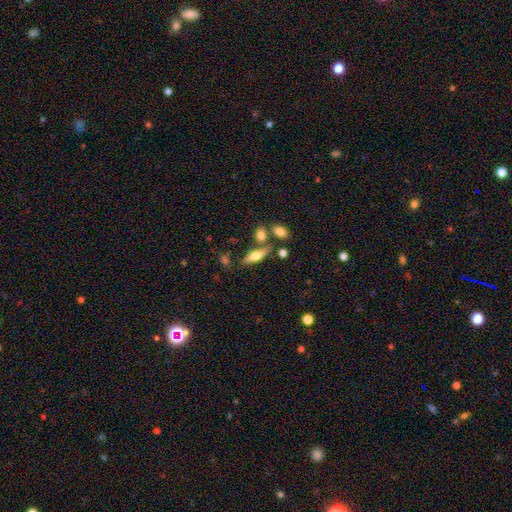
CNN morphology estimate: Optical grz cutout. It shows a featured or disk galaxy (46%, tied with smooth). Merging: none (67%).